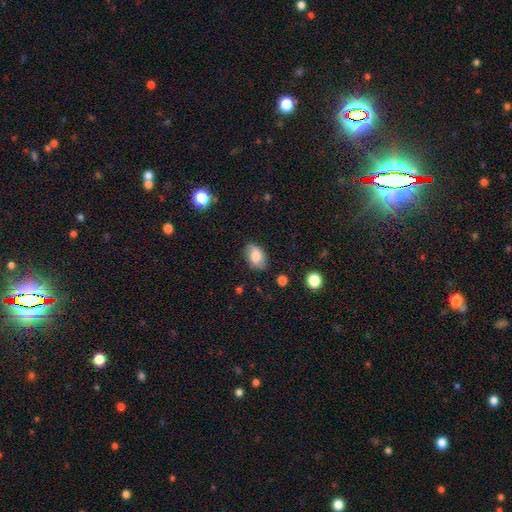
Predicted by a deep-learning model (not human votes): Morphology: type=smooth (73%); roundness=in between (88%); merging=none (77%).